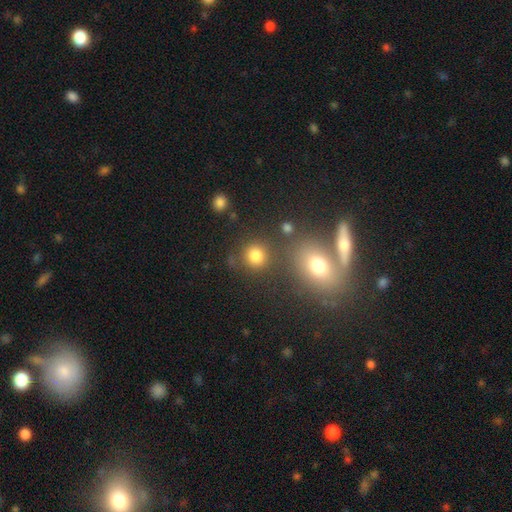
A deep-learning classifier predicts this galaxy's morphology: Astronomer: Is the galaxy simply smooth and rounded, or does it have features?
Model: smooth — 79%.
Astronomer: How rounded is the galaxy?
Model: round — 85%.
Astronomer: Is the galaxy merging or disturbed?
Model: none — 73%.